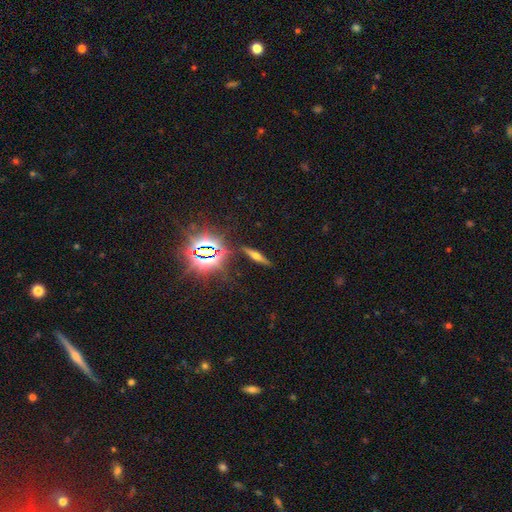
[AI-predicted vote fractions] Smooth or featured?
  - featured or disk: 50% *
  - smooth: 26%
  - star or artifact: 24%
Merging?
  - none: 86% *
  - minor disturbance: 9%
  - major disturbance: 3%
  - merger: 2%